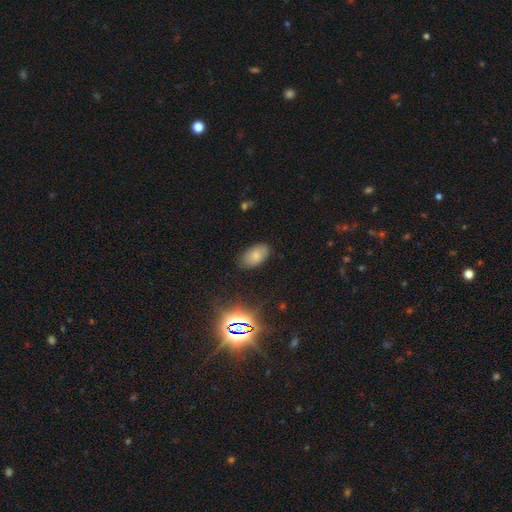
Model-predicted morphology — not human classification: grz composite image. It shows a smooth galaxy with no disk features (76%) that is in between round and cigar-shaped (93%). Merging: none (83%).